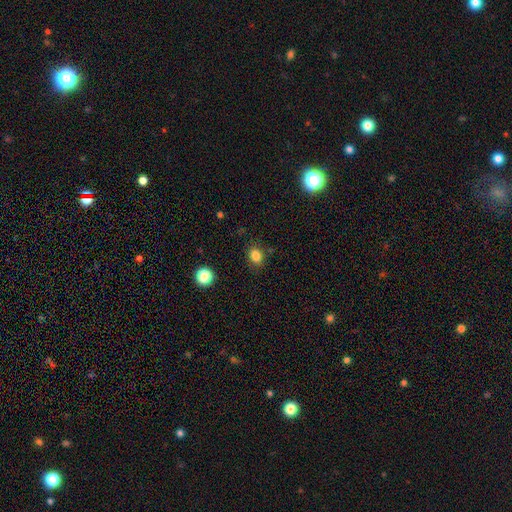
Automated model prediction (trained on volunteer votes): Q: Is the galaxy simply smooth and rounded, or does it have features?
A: smooth — 83%.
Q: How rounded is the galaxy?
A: in between — 54%.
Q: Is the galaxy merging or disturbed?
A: none — 82%.